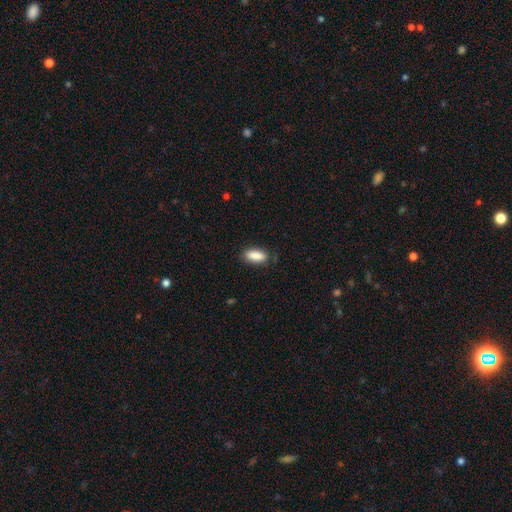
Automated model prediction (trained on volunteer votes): A smooth galaxy with no disk features (88%) that is in between round and cigar-shaped (79%).

Vote fractions:
- Smooth or featured? smooth: 88% / star or artifact: 7% / featured or disk: 5%
- How rounded? in between: 79% / cigar-shaped: 18% / round: 3%
- Merging? none: 81% / minor disturbance: 14% / major disturbance: 3% / merger: 1%